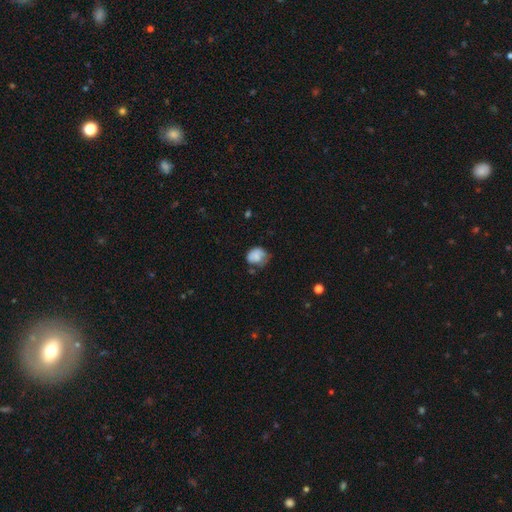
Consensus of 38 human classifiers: Smooth or featured?
  - smooth: 61% *
  - featured or disk: 37%
  - star or artifact: 3%
How rounded?
  - round: 52% *
  - in between: 48%
  - cigar-shaped: 0%
Merging?
  - none: 49% *
  - minor disturbance: 27%
  - major disturbance: 24%
  - merger: 0%